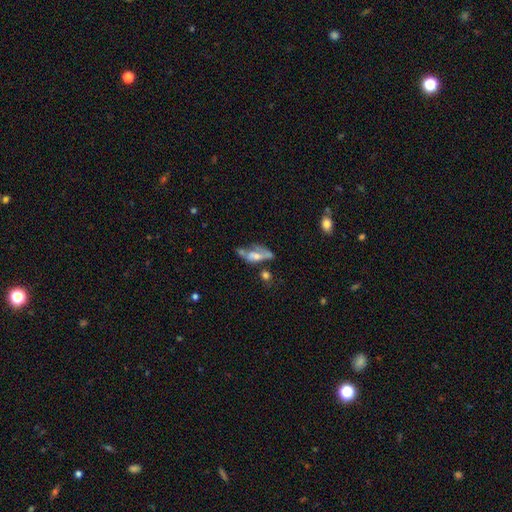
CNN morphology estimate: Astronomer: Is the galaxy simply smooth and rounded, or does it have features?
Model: featured or disk — 49% (runner-up: smooth, 41%).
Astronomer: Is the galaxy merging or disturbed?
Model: merger — 28% (runner-up: major disturbance, 27%).